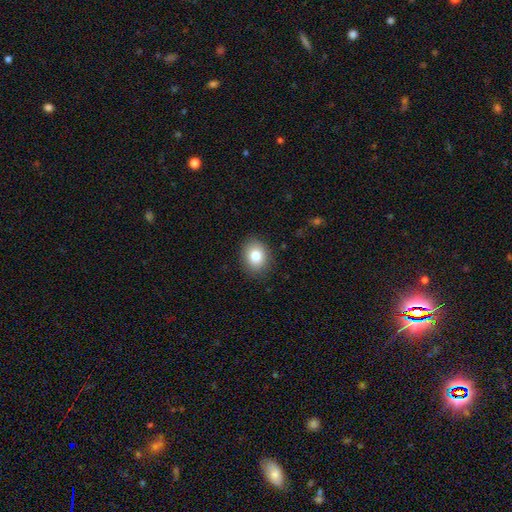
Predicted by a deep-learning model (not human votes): Smooth or featured? Predicted: smooth (p=0.79). How rounded? Predicted: round (p=0.56). Merging? Predicted: none (p=0.88).